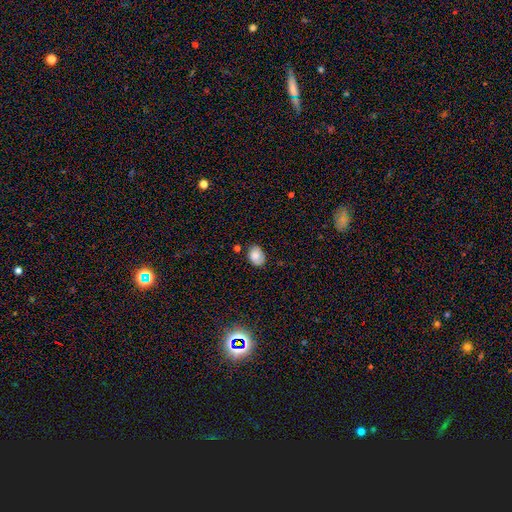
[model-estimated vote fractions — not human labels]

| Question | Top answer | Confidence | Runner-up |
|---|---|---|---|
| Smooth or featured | smooth | 80% | featured or disk (11%) |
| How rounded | in between | 75% | round (24%) |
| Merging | none | 72% | minor disturbance (21%) |